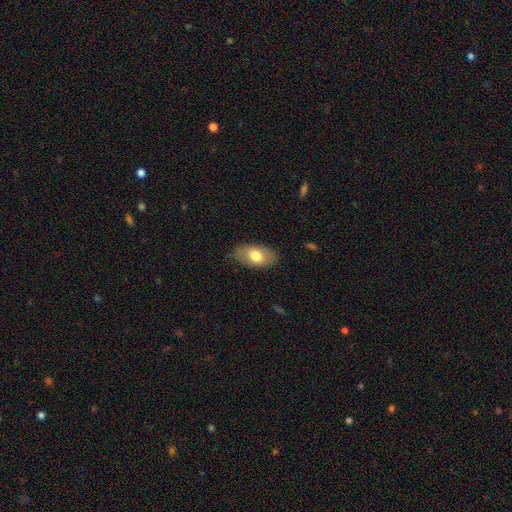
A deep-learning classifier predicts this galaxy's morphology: A smooth galaxy with no disk features (70%) that is in between round and cigar-shaped (93%). Merging: none (79%).